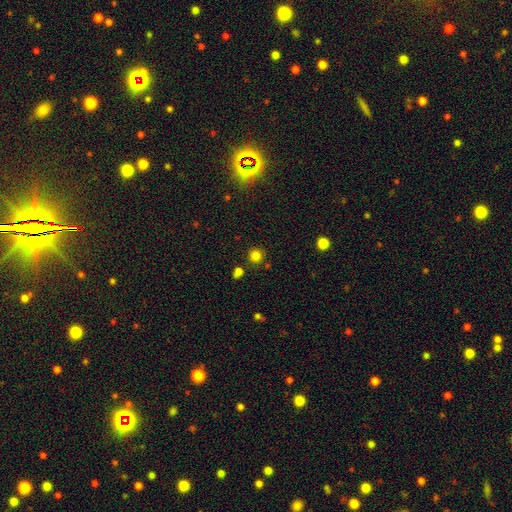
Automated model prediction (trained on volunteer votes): The model was most divided on "smooth or featured": smooth: 80%, star or artifact: 15%, featured or disk: 5%. More confident: how rounded — round (92%); merging — none (83%).